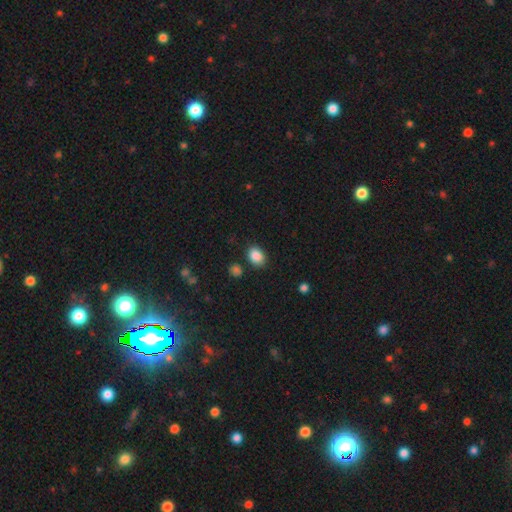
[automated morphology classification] Overall: smooth (87%). How rounded: in between (65%; round 34%). Merging: none (81%).